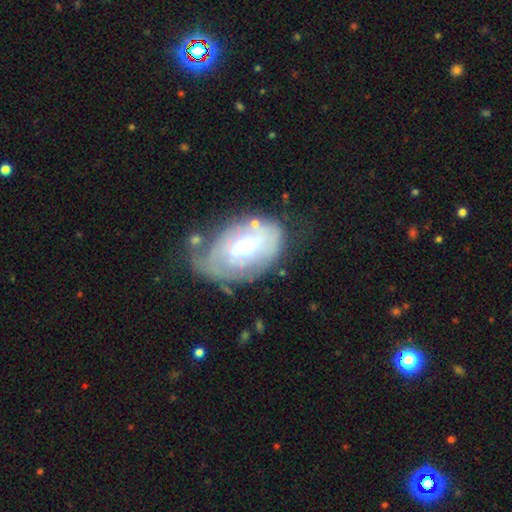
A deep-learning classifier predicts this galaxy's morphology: The model was most divided on "spiral arms": yes: 54%, no: 46%. Remaining: edge-on disk — no (94%); smooth or featured — featured or disk (58%); bar — no (58%); bulge size — moderate (54%); merging — none (42%).